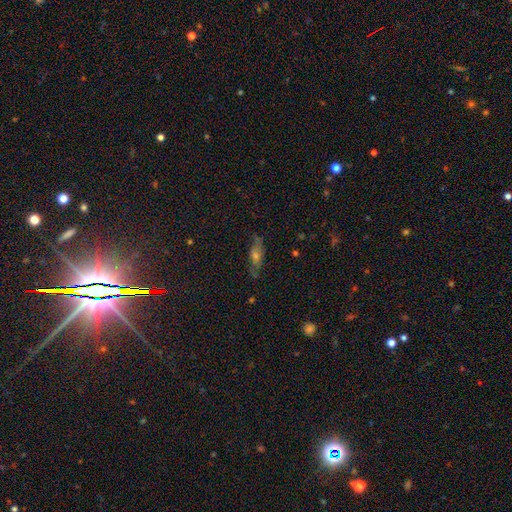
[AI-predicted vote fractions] Smooth or featured? Predicted: featured or disk (p=0.42). Merging? Predicted: none (p=0.72).